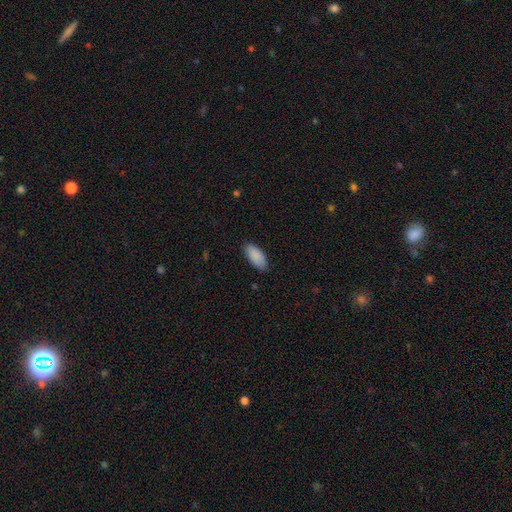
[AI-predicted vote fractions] Smooth or featured? Predicted: smooth (p=0.90). How rounded? Predicted: in between (p=0.91). Merging? Predicted: none (p=0.85).